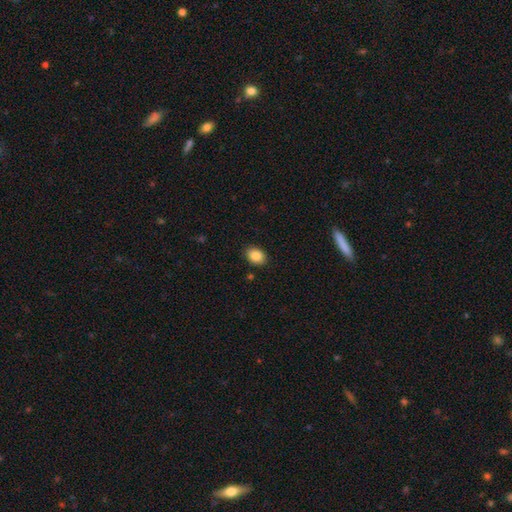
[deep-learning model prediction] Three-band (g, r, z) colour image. It shows a smooth galaxy with no disk features (87%) that is in between round and cigar-shaped (74%). Merging: none (88%).